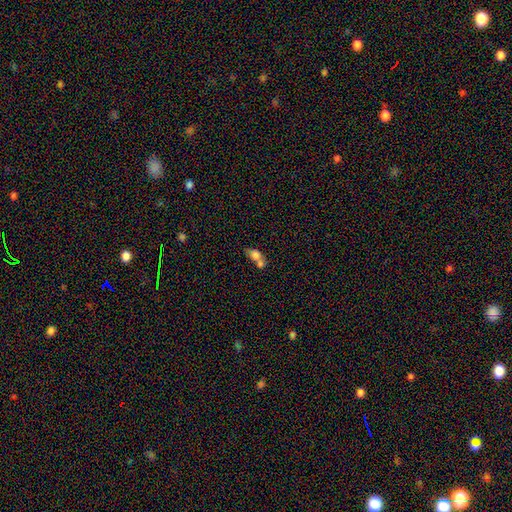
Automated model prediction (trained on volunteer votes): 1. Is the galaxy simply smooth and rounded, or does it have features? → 71% smooth, 19% featured or disk, 11% star or artifact.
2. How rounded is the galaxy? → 69% in between, 26% round, 5% cigar-shaped.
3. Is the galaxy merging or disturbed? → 65% merger, 20% none, 8% minor disturbance, 6% major disturbance.